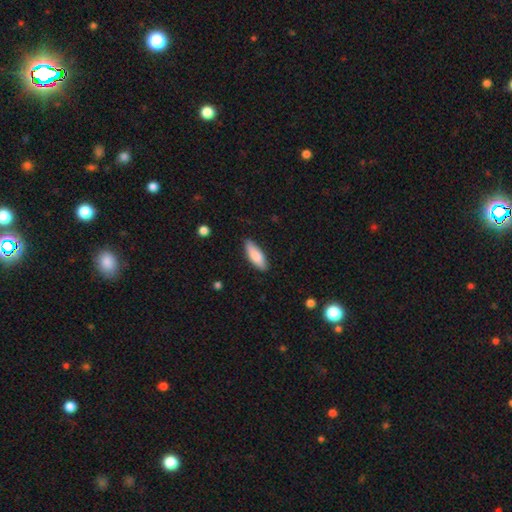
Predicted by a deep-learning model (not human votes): Q: Smooth or featured?
A: smooth (84%); runner-up: featured or disk (10%)
Q: How rounded?
A: in between (65%); runner-up: cigar-shaped (33%)
Q: Merging?
A: none (84%); runner-up: minor disturbance (12%)